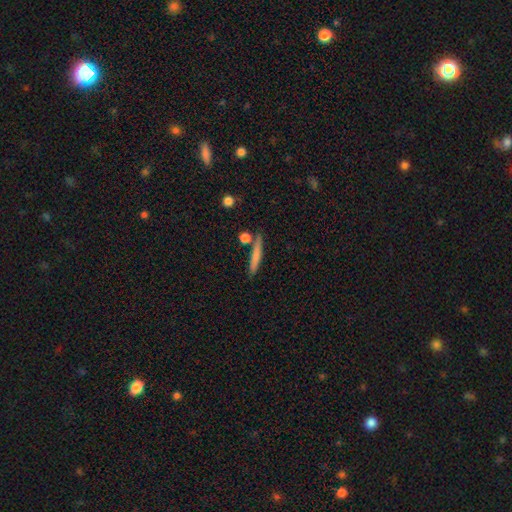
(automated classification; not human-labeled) smooth 70%, featured or disk 24%, star or artifact 6%. Down the decision tree: how rounded — cigar-shaped (91%); merging — none (78%).